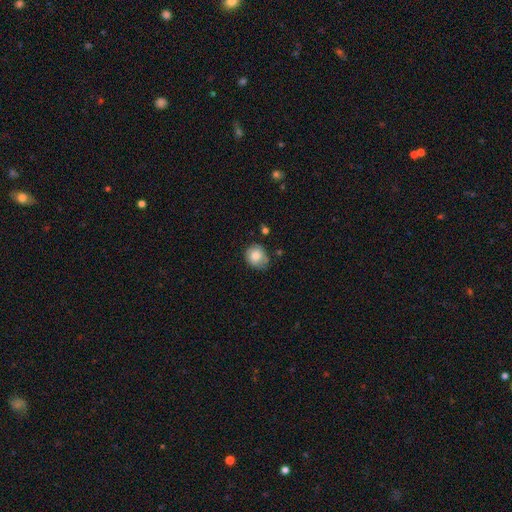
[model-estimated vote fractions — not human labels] Smooth or featured? smooth (78%)
How rounded? round (69%)
Merging? none (62%)